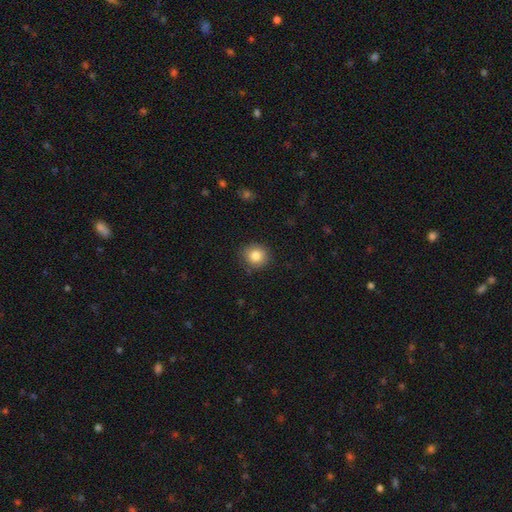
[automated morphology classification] A smooth galaxy with no disk features (84%) that is round (88%). Merging: none (86%).